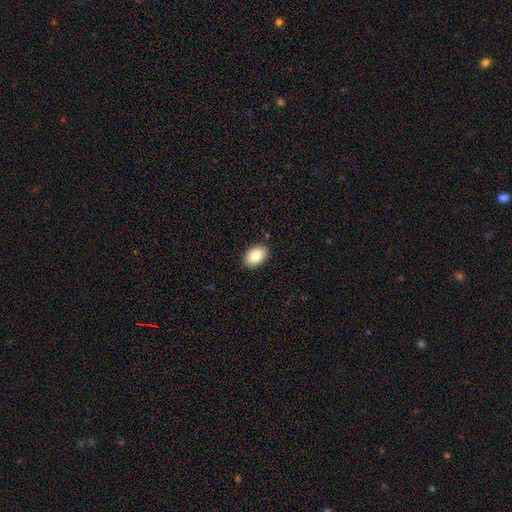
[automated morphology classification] A smooth galaxy with no disk features (82%) that is in between round and cigar-shaped (88%). Merging: none (89%).